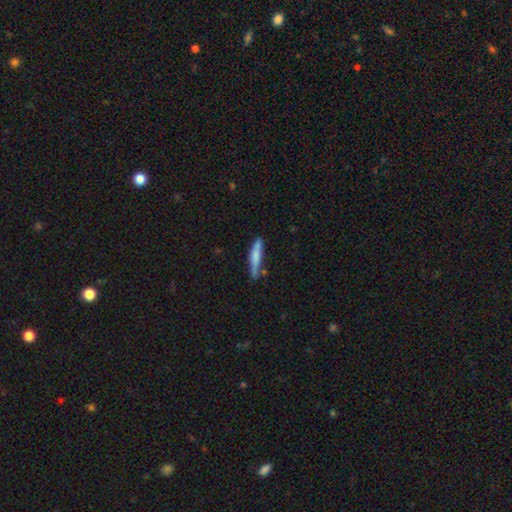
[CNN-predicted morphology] The model was most divided on "smooth or featured": smooth: 67%, featured or disk: 28%, star or artifact: 6%. More confident: how rounded — cigar-shaped (90%); merging — none (73%).